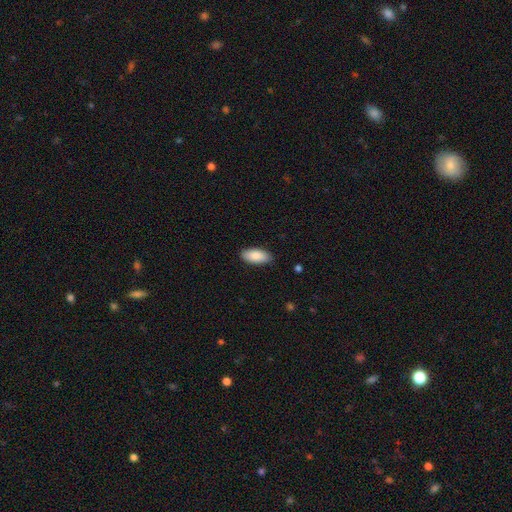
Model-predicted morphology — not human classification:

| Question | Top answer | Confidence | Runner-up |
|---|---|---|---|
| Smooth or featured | smooth | 88% | featured or disk (6%) |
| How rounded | in between | 91% | cigar-shaped (7%) |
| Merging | none | 88% | minor disturbance (9%) |